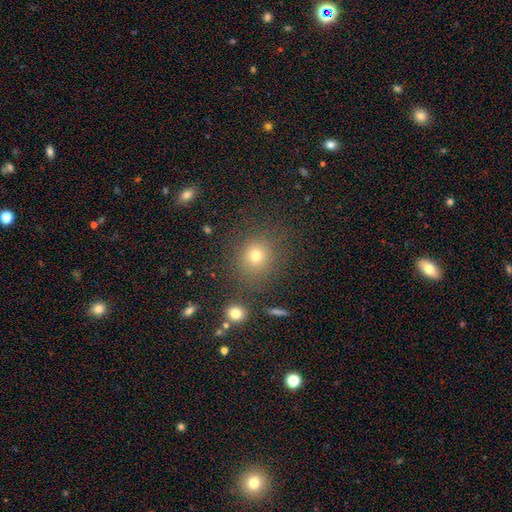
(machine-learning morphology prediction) A smooth galaxy with no disk features (74%) that is round (84%).

Vote fractions:
- Smooth or featured? smooth: 74% / star or artifact: 18% / featured or disk: 8%
- How rounded? round: 84% / in between: 15% / cigar-shaped: 1%
- Merging? none: 82% / minor disturbance: 10% / major disturbance: 4% / merger: 4%